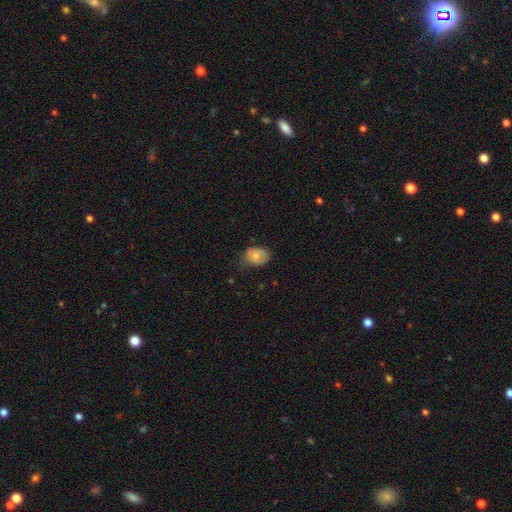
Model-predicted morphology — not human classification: smooth 71%, featured or disk 20%, star or artifact 9%. Down the decision tree: how rounded — in between (62%); merging — none (54%).